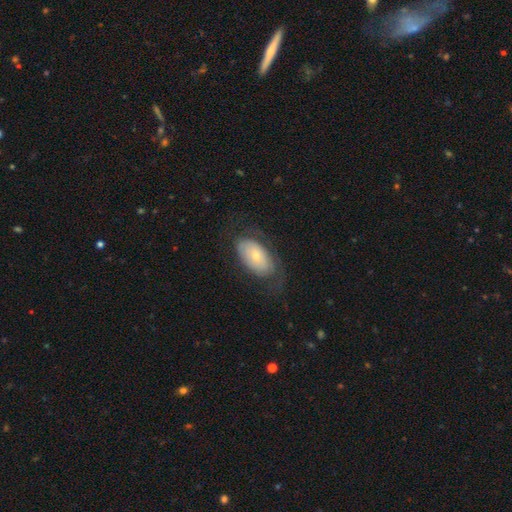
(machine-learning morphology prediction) A smooth galaxy with no disk features (53%) that is in between round and cigar-shaped (93%).

Vote fractions:
- Smooth or featured? smooth: 53% / featured or disk: 40% / star or artifact: 6%
- How rounded? in between: 93% / round: 5% / cigar-shaped: 2%
- Merging? none: 60% / minor disturbance: 21% / major disturbance: 17% / merger: 1%